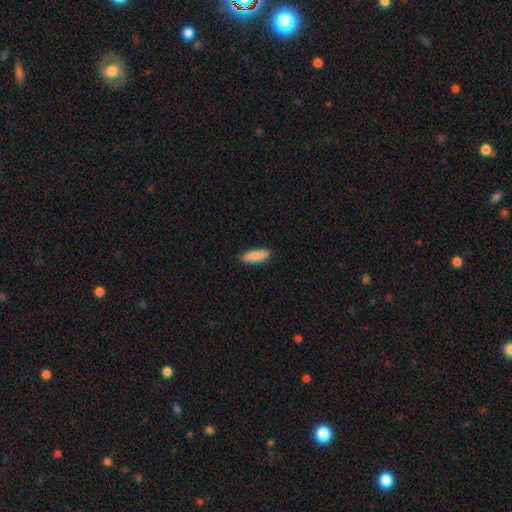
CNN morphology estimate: Smooth or featured: smooth — 84% (featured or disk — 10%)
How rounded: in between — 56% (cigar-shaped — 42%)
Merging: none — 86% (minor disturbance — 11%)